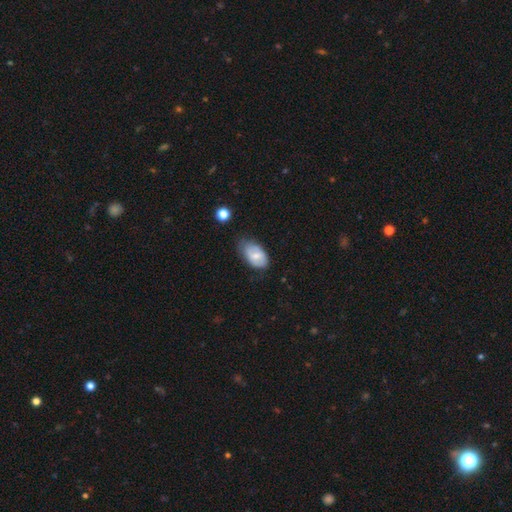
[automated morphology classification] Smooth or featured: smooth — 65% (featured or disk — 28%)
How rounded: in between — 92% (round — 6%)
Merging: none — 49% (minor disturbance — 38%)